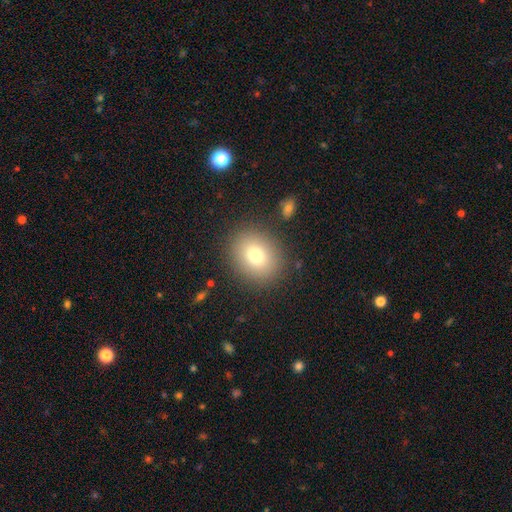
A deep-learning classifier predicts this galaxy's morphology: smooth-or-featured: smooth: 75% | star or artifact: 13% | featured or disk: 12%
  how-rounded: round: 72% | in between: 28% | cigar-shaped: 1%
  merging: none: 87% | minor disturbance: 8% | major disturbance: 4% | merger: 2%